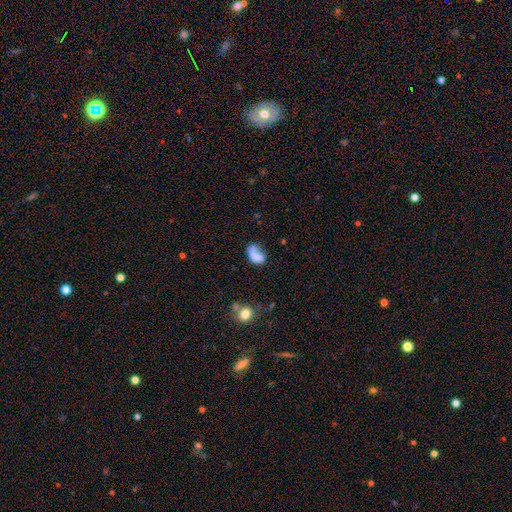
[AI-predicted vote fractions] smooth_or_featured: smooth (p=0.69) [alt: featured or disk p=0.20]
how_rounded: in between (p=0.84) [alt: round p=0.14]
merging: none (p=0.32) [alt: major disturbance p=0.26]